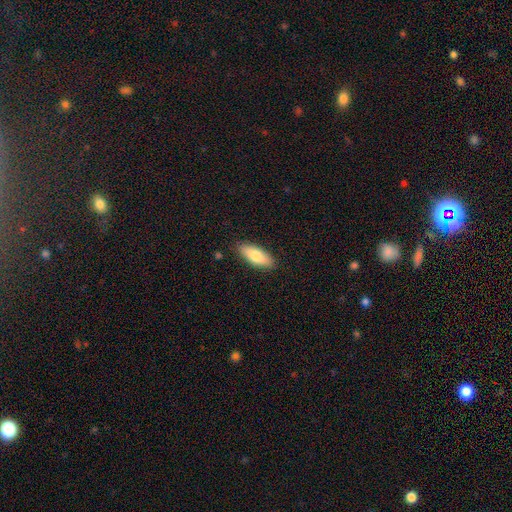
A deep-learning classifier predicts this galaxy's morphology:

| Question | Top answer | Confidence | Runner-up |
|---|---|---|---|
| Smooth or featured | smooth | 79% | featured or disk (15%) |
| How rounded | in between | 74% | cigar-shaped (24%) |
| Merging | none | 87% | minor disturbance (10%) |